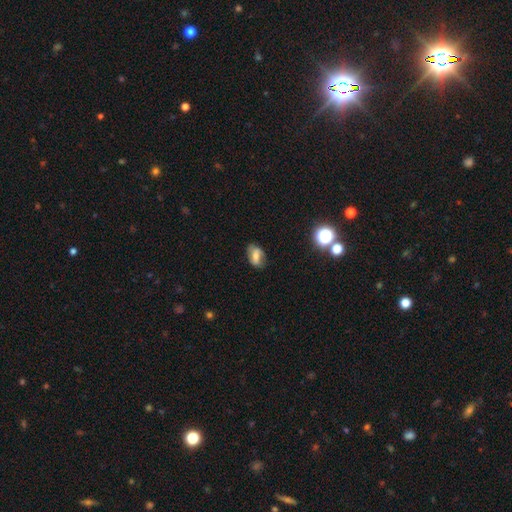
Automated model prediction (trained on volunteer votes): This appears to be a smooth galaxy with no disk features (55%) that is in between round and cigar-shaped (85%). Merging: none (70%).